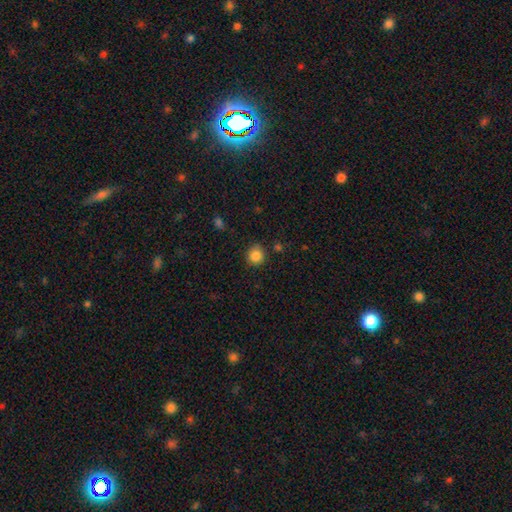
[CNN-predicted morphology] Overall: smooth (85%). How rounded: round (86%). Merging: none (83%).